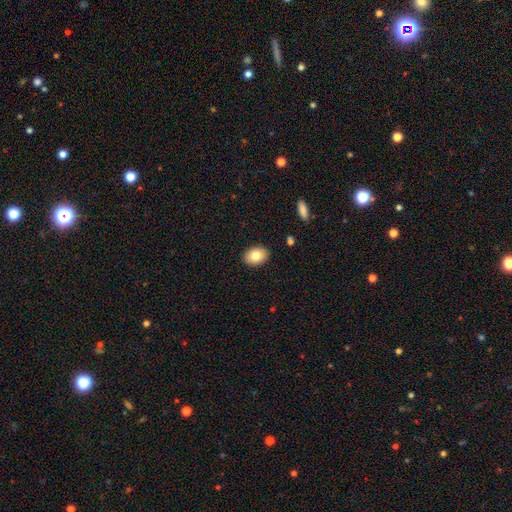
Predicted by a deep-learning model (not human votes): Morphology: type=smooth (81%); roundness=in between (82%); merging=none (89%).